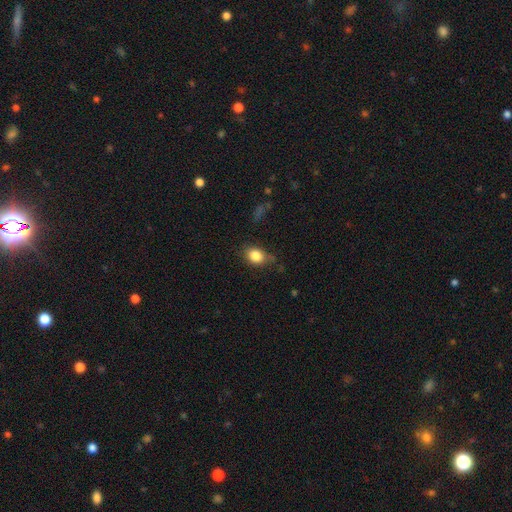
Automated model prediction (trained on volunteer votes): Overall: smooth (83%). How rounded: in between (56%; round 42%). Merging: none (68%).